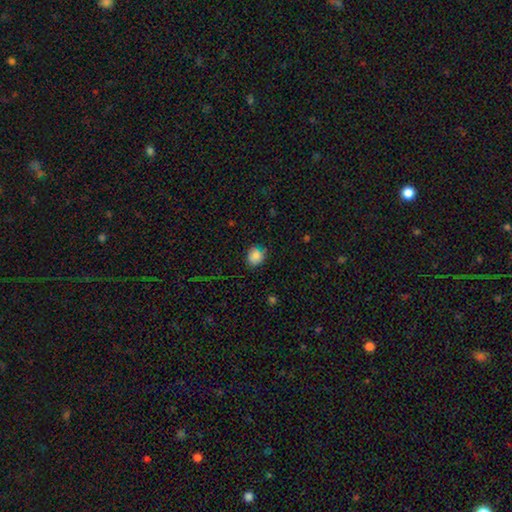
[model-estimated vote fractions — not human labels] Overall: smooth (85%). How rounded: round (72%). Merging: none (78%).